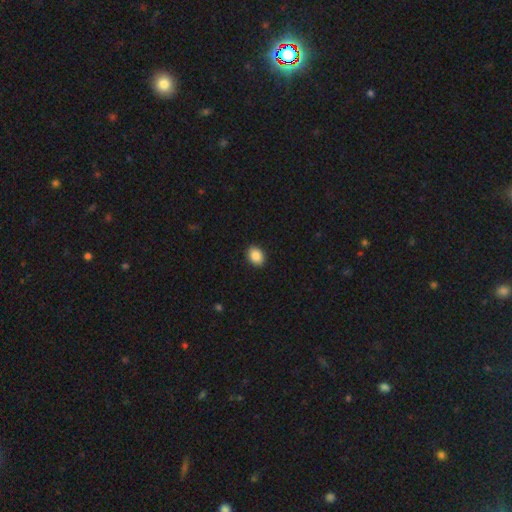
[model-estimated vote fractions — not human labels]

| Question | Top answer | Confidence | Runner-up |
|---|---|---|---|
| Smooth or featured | smooth | 88% | star or artifact (8%) |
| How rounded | in between | 66% | round (33%) |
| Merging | none | 91% | minor disturbance (7%) |